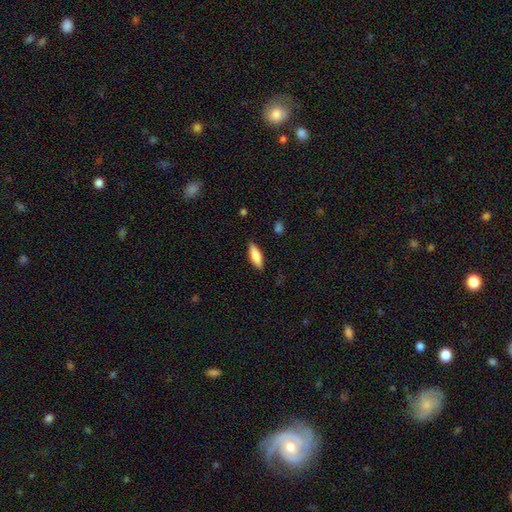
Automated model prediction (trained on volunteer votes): smooth-or-featured: smooth: 79% | featured or disk: 15% | star or artifact: 6%
  how-rounded: in between: 51% | cigar-shaped: 47% | round: 2%
  merging: none: 87% | minor disturbance: 10% | major disturbance: 2% | merger: 1%